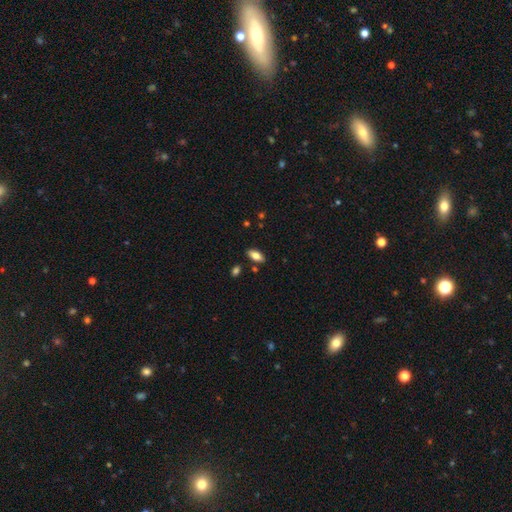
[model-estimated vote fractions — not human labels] smooth_or_featured: smooth (p=0.76) [alt: featured or disk p=0.16]
how_rounded: in between (p=0.88) [alt: cigar-shaped p=0.10]
merging: none (p=0.84) [alt: minor disturbance p=0.10]